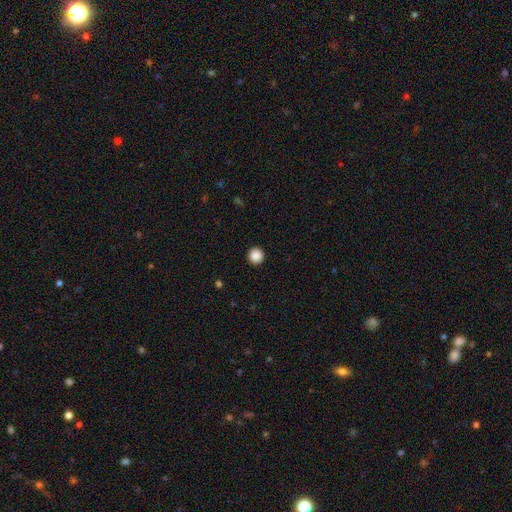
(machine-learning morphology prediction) Smooth or featured?
  - smooth: 88% *
  - star or artifact: 9%
  - featured or disk: 3%
How rounded?
  - round: 94% *
  - in between: 5%
  - cigar-shaped: 1%
Merging?
  - none: 93% *
  - minor disturbance: 5%
  - major disturbance: 2%
  - merger: 1%